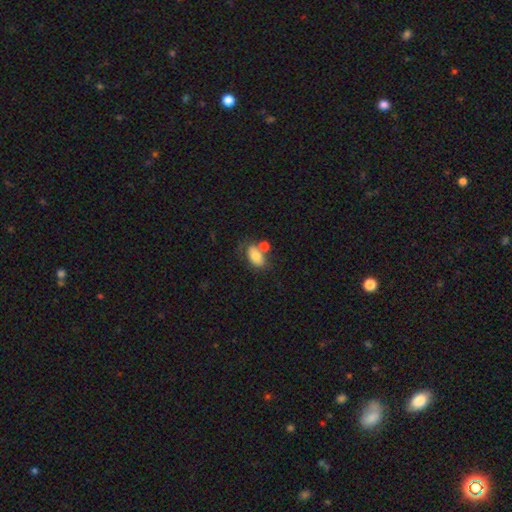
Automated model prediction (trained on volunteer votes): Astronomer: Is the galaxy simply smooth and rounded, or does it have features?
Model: smooth — 74%.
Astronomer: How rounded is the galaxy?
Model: in between — 89%.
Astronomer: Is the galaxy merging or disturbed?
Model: none — 43% (runner-up: merger, 32%).